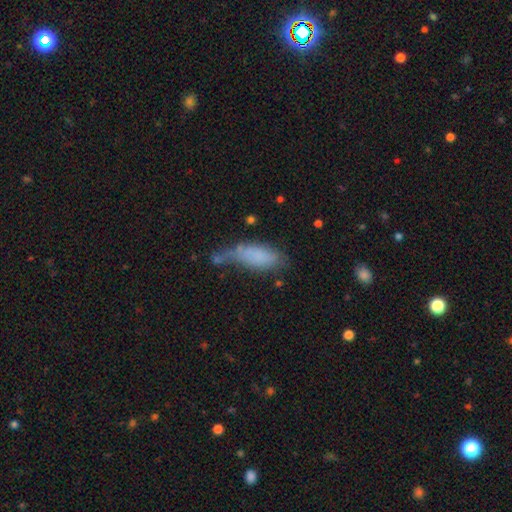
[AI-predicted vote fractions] Overall: smooth (75%). How rounded: in between (72%). Merging: minor disturbance (32%; none 31%).